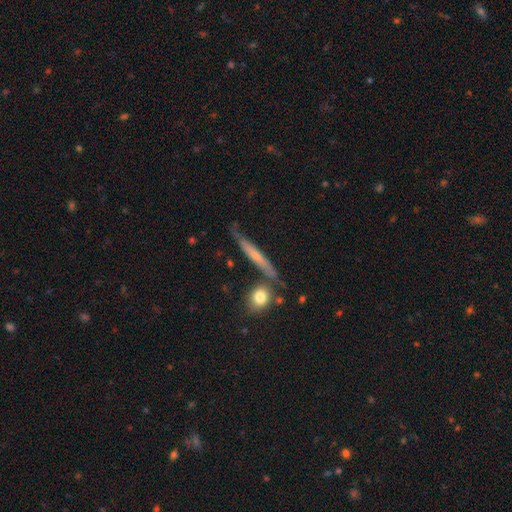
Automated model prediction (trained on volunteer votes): Morphology: type=featured or disk (53%); edge-on=yes (84%); merging=none (67%).